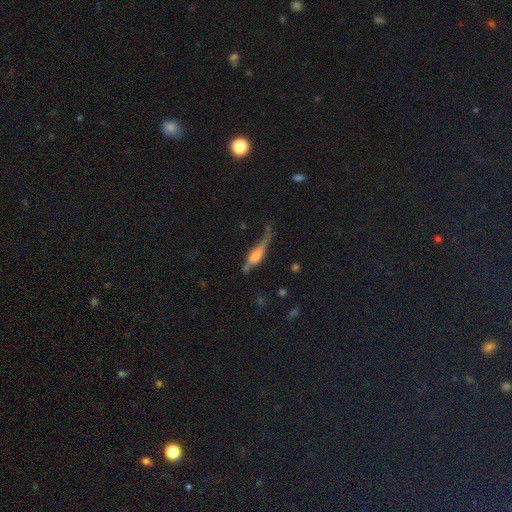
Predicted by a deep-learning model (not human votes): Smooth or featured? smooth (47%)
Merging? none (33%)